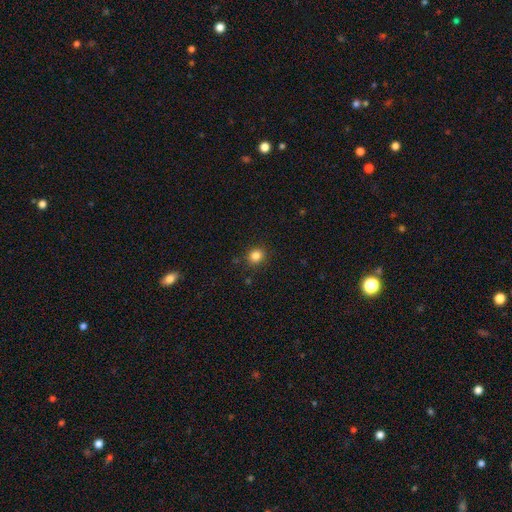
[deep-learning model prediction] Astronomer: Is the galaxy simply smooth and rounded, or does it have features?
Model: smooth — 83%.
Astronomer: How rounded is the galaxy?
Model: round — 83%.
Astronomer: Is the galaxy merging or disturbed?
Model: none — 89%.